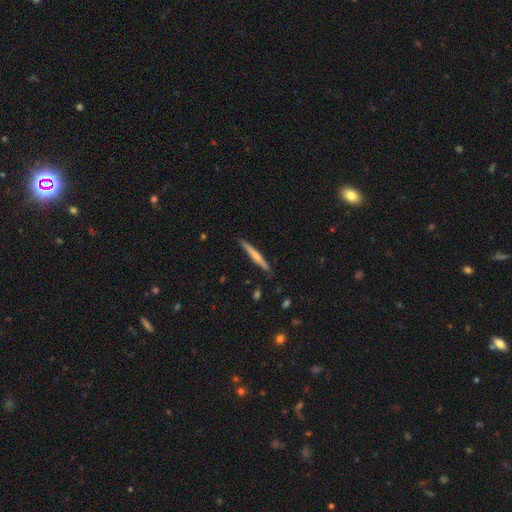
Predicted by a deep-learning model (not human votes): Q: Smooth or featured?
A: smooth (50%); runner-up: featured or disk (44%)
Q: How rounded?
A: cigar-shaped (95%); runner-up: in between (3%)
Q: Merging?
A: none (87%); runner-up: minor disturbance (10%)